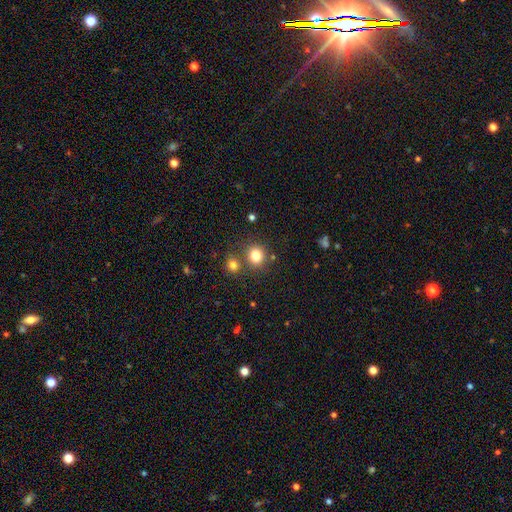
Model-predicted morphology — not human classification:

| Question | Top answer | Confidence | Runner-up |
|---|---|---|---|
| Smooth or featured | smooth | 81% | star or artifact (13%) |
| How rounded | round | 85% | in between (15%) |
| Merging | none | 72% | merger (16%) |